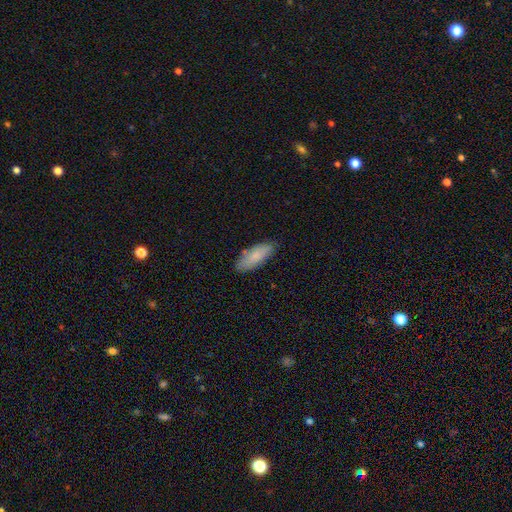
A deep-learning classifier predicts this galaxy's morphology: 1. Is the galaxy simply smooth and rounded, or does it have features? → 80% smooth, 14% featured or disk, 6% star or artifact.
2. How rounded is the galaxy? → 66% in between, 32% cigar-shaped, 2% round.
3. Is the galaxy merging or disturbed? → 81% none, 15% minor disturbance, 2% major disturbance, 2% merger.